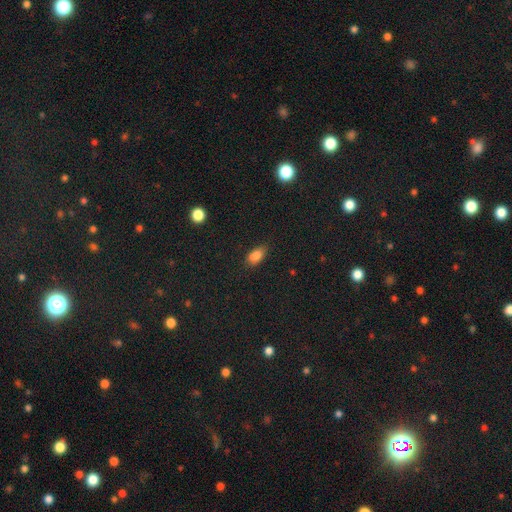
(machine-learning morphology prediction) smooth 81%, star or artifact 12%, featured or disk 7%. Down the decision tree: how rounded — in between (87%); merging — none (73%).